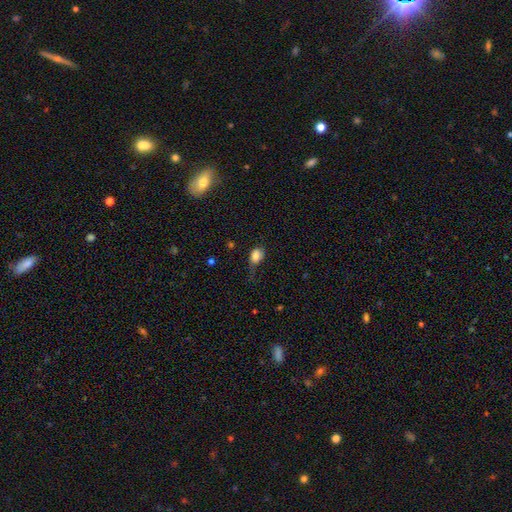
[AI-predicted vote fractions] A smooth galaxy with no disk features (81%) that is in between round and cigar-shaped (77%).

Vote fractions:
- Smooth or featured? smooth: 81% / featured or disk: 10% / star or artifact: 9%
- How rounded? in between: 77% / round: 22% / cigar-shaped: 2%
- Merging? none: 38% / minor disturbance: 35% / major disturbance: 24% / merger: 3%